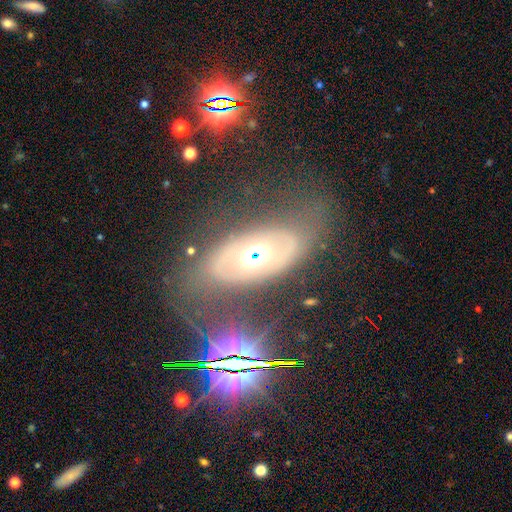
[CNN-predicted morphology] smooth-or-featured: featured or disk: 63% | smooth: 25% | star or artifact: 12%
  disk-edge-on: no: 88% | yes: 12%
    bar: no: 72% | weak: 17% | strong: 11%
    has-spiral-arms: no: 63% | yes: 37%
    bulge-size: moderate: 60% | large: 22% | small: 11% | dominant: 5% | none: 2%
  merging: none: 69% | minor disturbance: 14% | major disturbance: 13% | merger: 4%